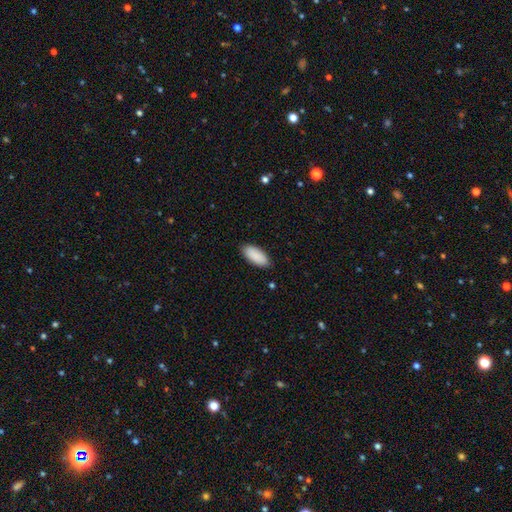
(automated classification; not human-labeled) The model was most divided on "merging": none: 88%, minor disturbance: 9%, major disturbance: 2%, merger: 1%. More confident: smooth or featured — smooth (91%); how rounded — in between (89%).